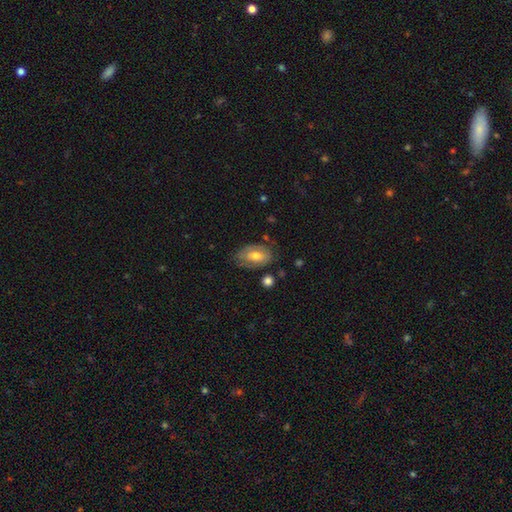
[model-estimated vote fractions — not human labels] Q: Smooth or featured?
A: smooth (56%); runner-up: featured or disk (37%)
Q: How rounded?
A: in between (89%); runner-up: round (9%)
Q: Merging?
A: none (67%); runner-up: minor disturbance (23%)